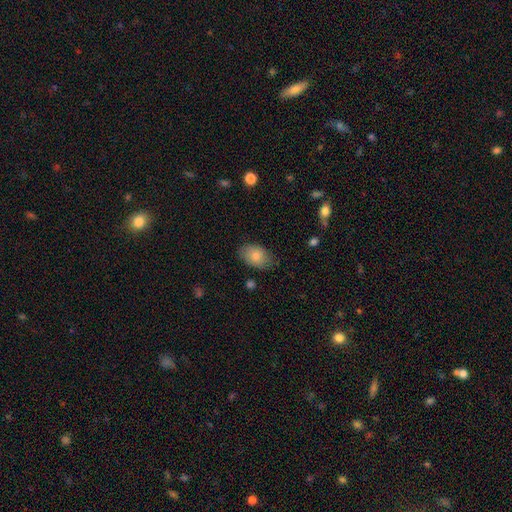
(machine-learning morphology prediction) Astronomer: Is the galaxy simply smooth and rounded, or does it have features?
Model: smooth — 78%.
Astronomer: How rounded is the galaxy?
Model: in between — 83%.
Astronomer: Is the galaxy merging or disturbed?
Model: none — 78%.